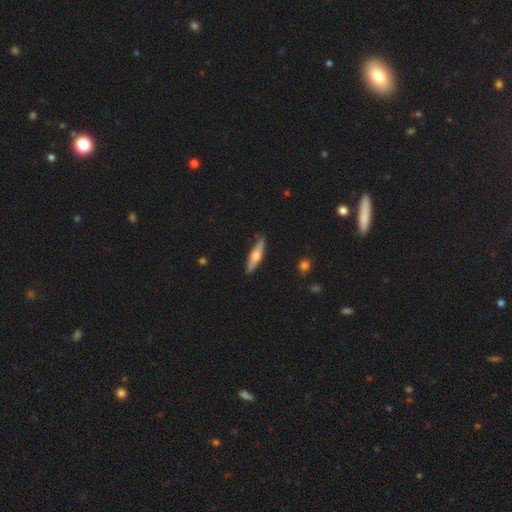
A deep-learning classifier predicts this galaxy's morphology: smooth_or_featured: smooth (p=0.48) [alt: featured or disk p=0.47]
merging: none (p=0.87) [alt: minor disturbance p=0.09]